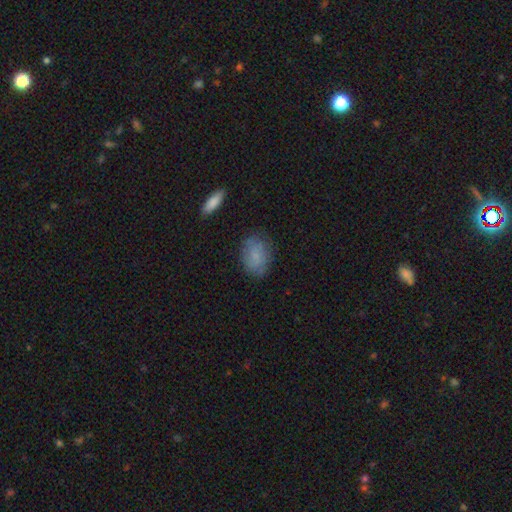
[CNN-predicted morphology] A smooth galaxy with no disk features (78%) that is in between round and cigar-shaped (79%). Merging: none (75%).